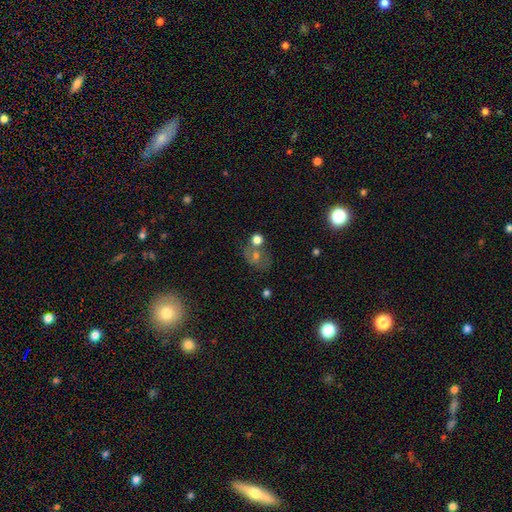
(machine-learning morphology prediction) A smooth galaxy with no disk features (44%). Merging: none (53%).